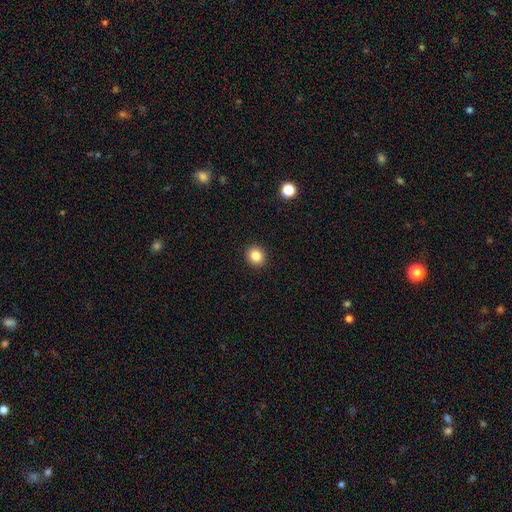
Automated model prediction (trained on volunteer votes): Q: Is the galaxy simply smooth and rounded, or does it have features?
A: smooth — 85%.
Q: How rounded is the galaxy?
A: round — 80%.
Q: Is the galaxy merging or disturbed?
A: none — 92%.